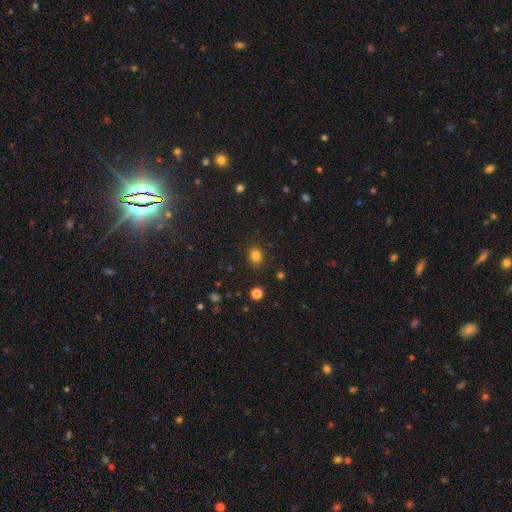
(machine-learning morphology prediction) Smooth or featured?
  - smooth: 81% *
  - star or artifact: 13%
  - featured or disk: 5%
How rounded?
  - round: 66% *
  - in between: 33%
  - cigar-shaped: 1%
Merging?
  - none: 87% *
  - minor disturbance: 9%
  - major disturbance: 3%
  - merger: 1%